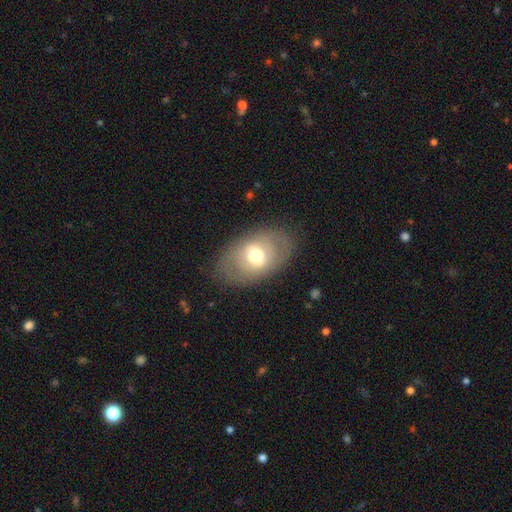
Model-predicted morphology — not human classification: smooth 51%, featured or disk 42%, star or artifact 8%. Down the decision tree: how rounded — in between (84%); merging — none (81%).